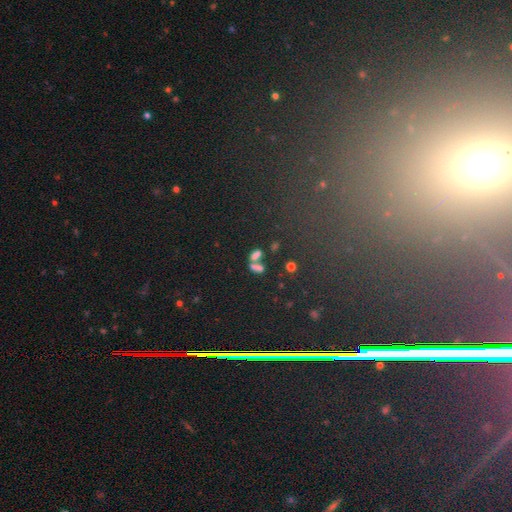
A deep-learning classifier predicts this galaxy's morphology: The model was most divided on "merging": merger: 44%, none: 38%, minor disturbance: 11%, major disturbance: 7%. More confident: how rounded — in between (73%); smooth or featured — smooth (64%).